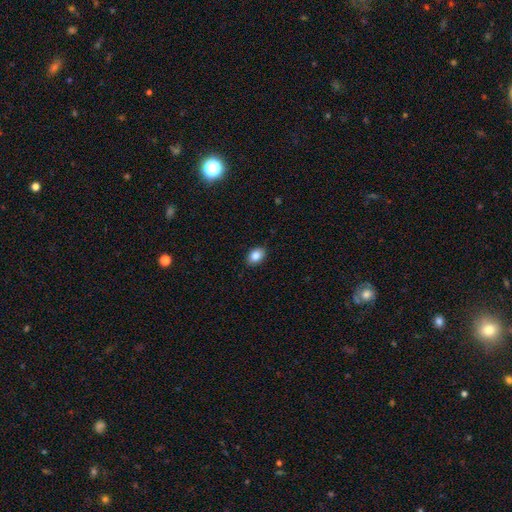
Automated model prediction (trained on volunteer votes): Q: Smooth or featured?
A: smooth (86%); runner-up: star or artifact (8%)
Q: How rounded?
A: in between (83%); runner-up: round (16%)
Q: Merging?
A: none (88%); runner-up: minor disturbance (9%)